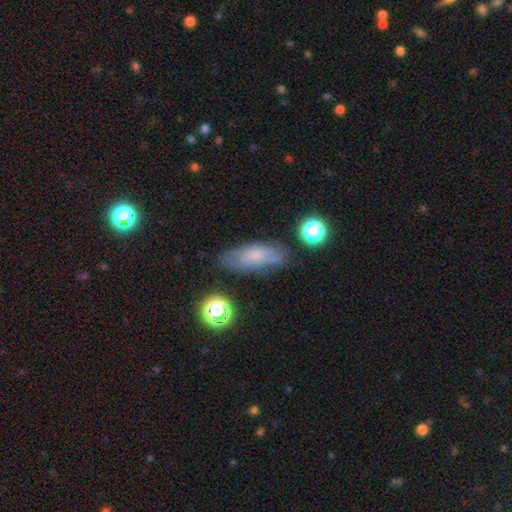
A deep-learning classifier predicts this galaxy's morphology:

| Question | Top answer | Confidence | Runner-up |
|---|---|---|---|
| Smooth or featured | smooth | 60% | featured or disk (28%) |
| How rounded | in between | 74% | cigar-shaped (21%) |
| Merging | none | 69% | minor disturbance (21%) |